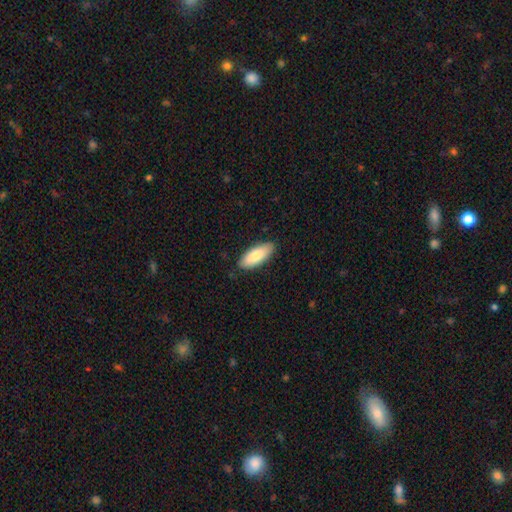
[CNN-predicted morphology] Q: Smooth or featured?
A: smooth (81%); runner-up: featured or disk (13%)
Q: How rounded?
A: in between (78%); runner-up: cigar-shaped (21%)
Q: Merging?
A: none (86%); runner-up: minor disturbance (11%)